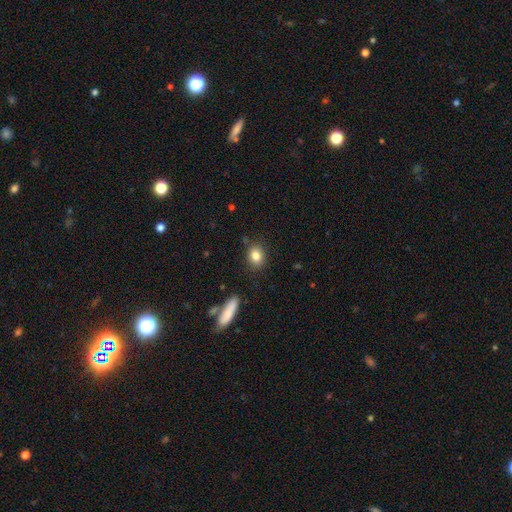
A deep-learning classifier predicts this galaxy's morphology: smooth-or-featured: smooth: 83% | star or artifact: 9% | featured or disk: 8%
  how-rounded: in between: 56% | round: 42% | cigar-shaped: 2%
  merging: none: 85% | minor disturbance: 10% | major disturbance: 3% | merger: 3%